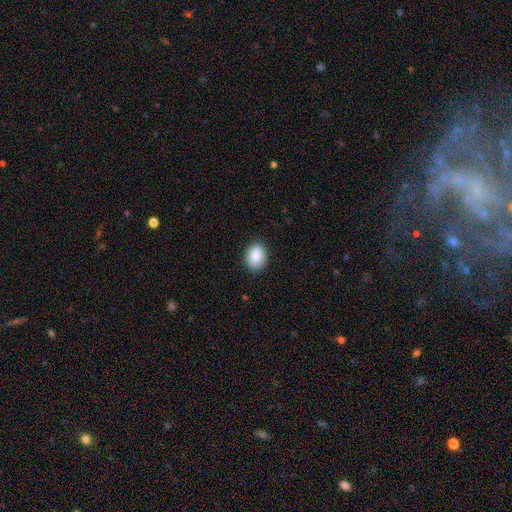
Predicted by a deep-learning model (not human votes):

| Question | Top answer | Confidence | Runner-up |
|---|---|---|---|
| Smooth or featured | smooth | 86% | star or artifact (8%) |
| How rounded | in between | 74% | round (25%) |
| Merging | none | 88% | minor disturbance (9%) |